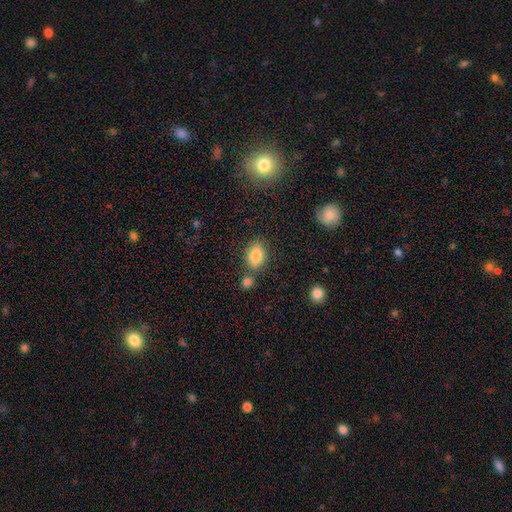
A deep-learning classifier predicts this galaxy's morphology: Smooth or featured?
  - smooth: 85% *
  - star or artifact: 9%
  - featured or disk: 6%
How rounded?
  - in between: 81% *
  - round: 17%
  - cigar-shaped: 2%
Merging?
  - none: 70% *
  - merger: 14%
  - minor disturbance: 13%
  - major disturbance: 4%